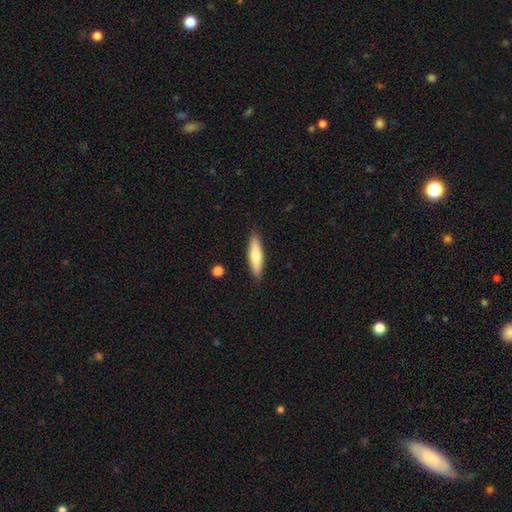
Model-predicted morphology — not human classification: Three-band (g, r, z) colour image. It shows a smooth galaxy with no disk features (69%) that is cigar-shaped (71%). Merging: none (88%).